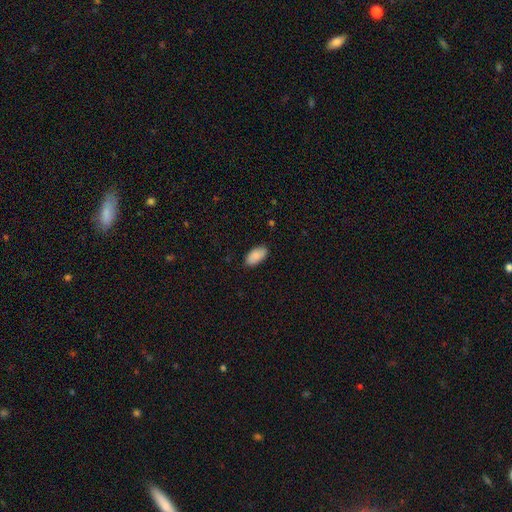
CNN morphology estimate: A smooth galaxy with no disk features (87%) that is in between round and cigar-shaped (95%). Merging: none (87%).